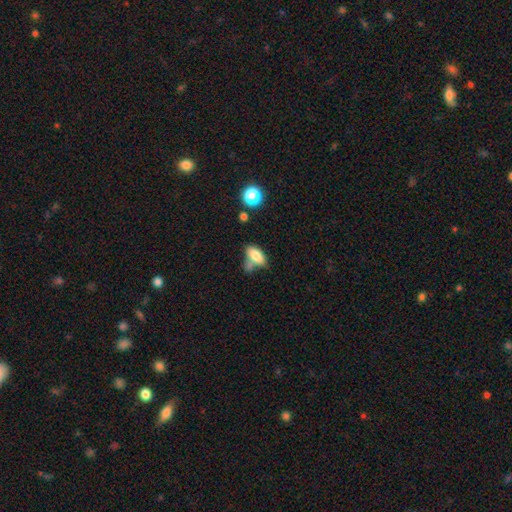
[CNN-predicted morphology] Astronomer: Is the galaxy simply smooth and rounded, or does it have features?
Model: smooth — 78%.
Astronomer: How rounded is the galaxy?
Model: in between — 87%.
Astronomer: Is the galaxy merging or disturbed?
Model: none — 42% (runner-up: merger, 28%).